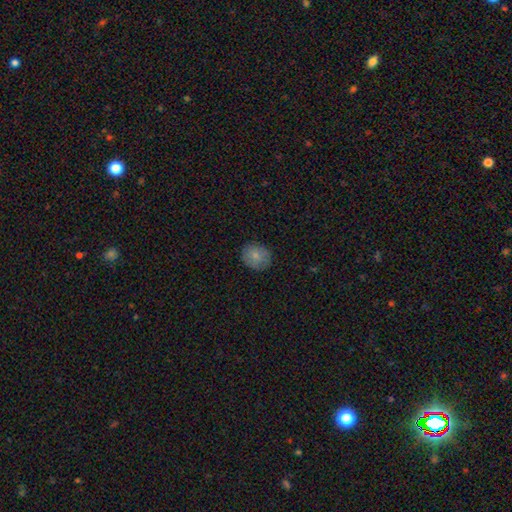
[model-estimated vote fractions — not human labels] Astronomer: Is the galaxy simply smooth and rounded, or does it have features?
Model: smooth — 81%.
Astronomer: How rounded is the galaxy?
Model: round — 71%.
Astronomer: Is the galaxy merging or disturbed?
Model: none — 83%.